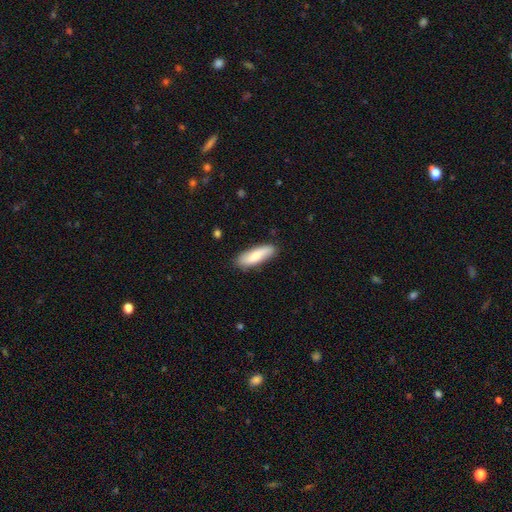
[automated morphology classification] Smooth or featured?
  - smooth: 76% *
  - featured or disk: 19%
  - star or artifact: 5%
How rounded?
  - in between: 51% *
  - cigar-shaped: 47%
  - round: 2%
Merging?
  - none: 84% *
  - minor disturbance: 12%
  - major disturbance: 2%
  - merger: 1%